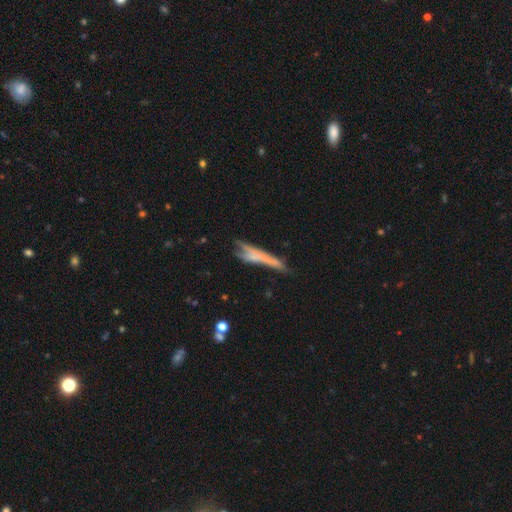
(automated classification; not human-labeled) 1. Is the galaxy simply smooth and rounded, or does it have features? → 47% smooth, 41% featured or disk, 11% star or artifact.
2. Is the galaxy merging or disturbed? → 39% none, 26% minor disturbance, 24% major disturbance, 11% merger.